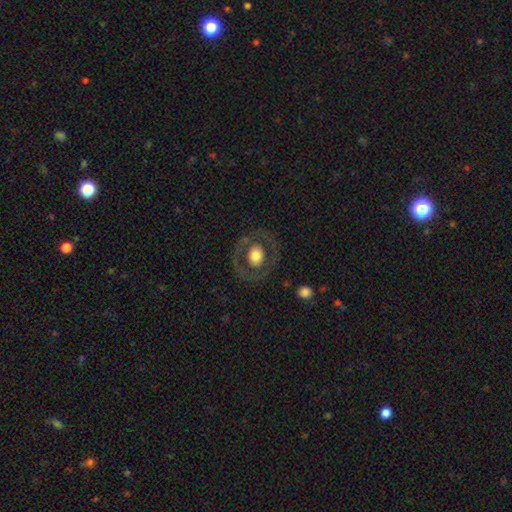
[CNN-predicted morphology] This is possibly a smooth galaxy (48%). Merging: clearly none (81%).